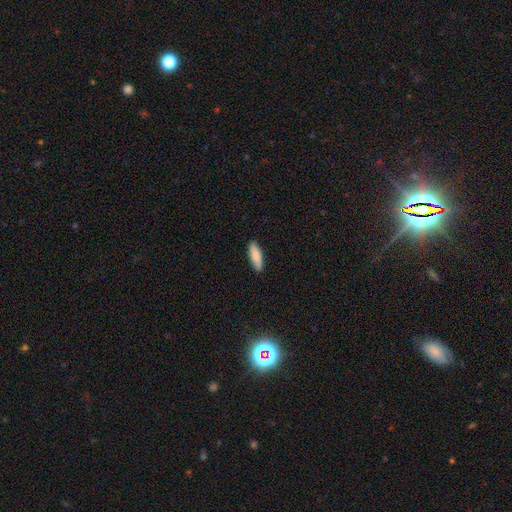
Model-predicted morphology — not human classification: A smooth galaxy with no disk features (85%) that is in between round and cigar-shaped (52%).

Vote fractions:
- Smooth or featured? smooth: 85% / featured or disk: 10% / star or artifact: 5%
- How rounded? in between: 52% / cigar-shaped: 47% / round: 2%
- Merging? none: 89% / minor disturbance: 8% / major disturbance: 2% / merger: 1%